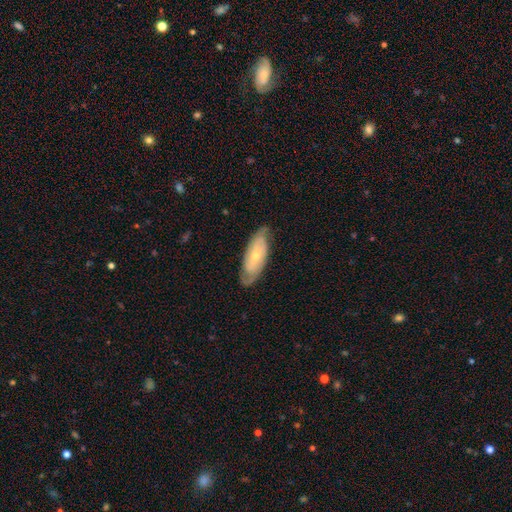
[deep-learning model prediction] This appears to be a featured or disk galaxy (67%) with no bar (64%), spiral arms (86%) and a small central bulge (65%). Merging: none (76%).